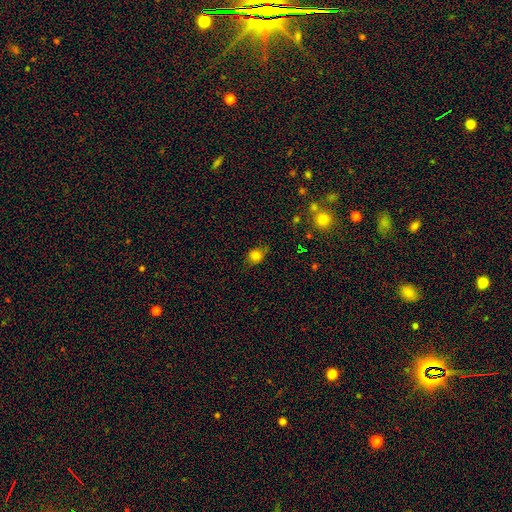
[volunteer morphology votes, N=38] A smooth galaxy with no disk features (82%) that is in between round and cigar-shaped (58%).

Vote fractions:
- Smooth or featured? smooth: 82% / featured or disk: 11% / star or artifact: 8%
- How rounded? in between: 58% / round: 42% / cigar-shaped: 0%
- Merging? none: 60% / minor disturbance: 31% / major disturbance: 9% / merger: 0%